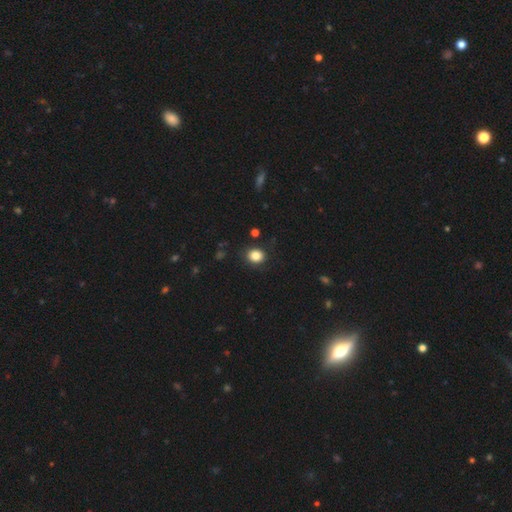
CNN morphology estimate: Smooth or featured?
  - smooth: 84% *
  - star or artifact: 10%
  - featured or disk: 6%
How rounded?
  - round: 65% *
  - in between: 34%
  - cigar-shaped: 1%
Merging?
  - none: 86% *
  - minor disturbance: 10%
  - major disturbance: 3%
  - merger: 1%